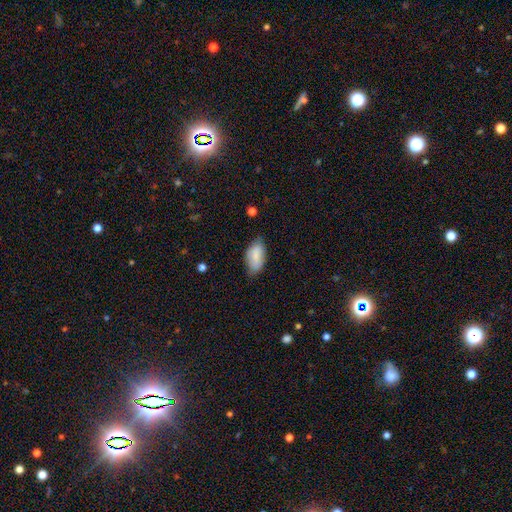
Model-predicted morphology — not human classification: A smooth galaxy with no disk features (80%) that is in between round and cigar-shaped (93%).

Vote fractions:
- Smooth or featured? smooth: 80% / featured or disk: 13% / star or artifact: 7%
- How rounded? in between: 93% / round: 4% / cigar-shaped: 3%
- Merging? none: 62% / minor disturbance: 31% / major disturbance: 6% / merger: 2%